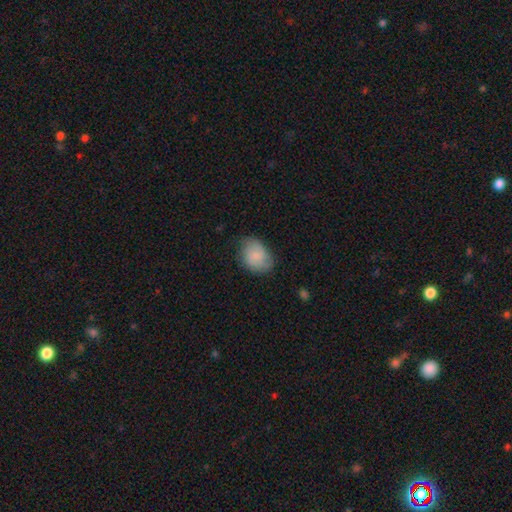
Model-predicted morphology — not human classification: smooth-or-featured: smooth: 79% | featured or disk: 14% | star or artifact: 7%
  how-rounded: in between: 72% | round: 27% | cigar-shaped: 1%
  merging: none: 63% | minor disturbance: 29% | major disturbance: 7% | merger: 1%